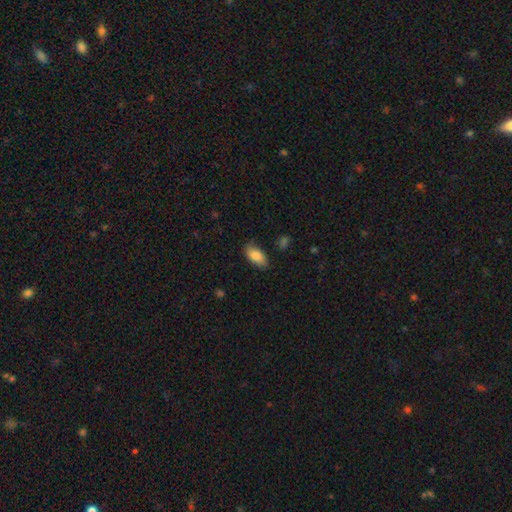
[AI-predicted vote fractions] A smooth galaxy with no disk features (87%) that is in between round and cigar-shaped (92%).

Vote fractions:
- Smooth or featured? smooth: 87% / featured or disk: 7% / star or artifact: 6%
- How rounded? in between: 92% / cigar-shaped: 5% / round: 3%
- Merging? none: 80% / minor disturbance: 16% / major disturbance: 3% / merger: 1%